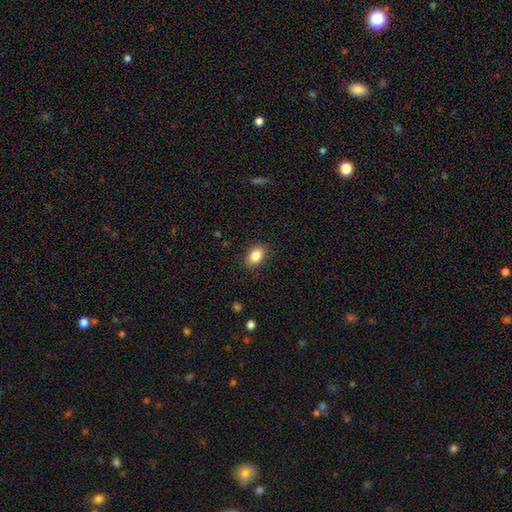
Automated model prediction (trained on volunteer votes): A smooth galaxy with no disk features (86%) that is in between round and cigar-shaped (84%). Merging: none (87%).